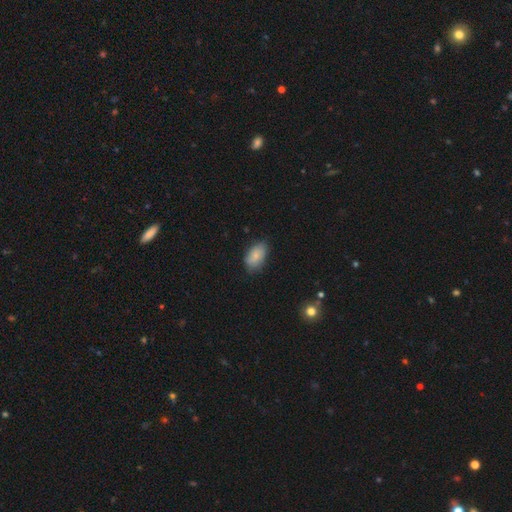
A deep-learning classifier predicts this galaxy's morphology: type=smooth (77%); roundness=in between (92%); merging=none (72%).